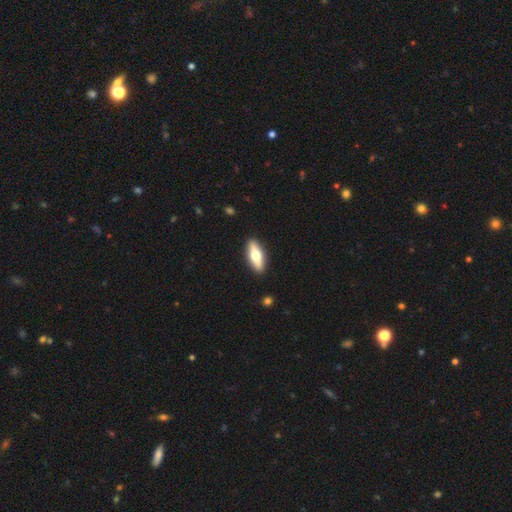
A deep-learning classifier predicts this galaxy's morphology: type=smooth (51%); roundness=in between (59%); merging=none (90%).